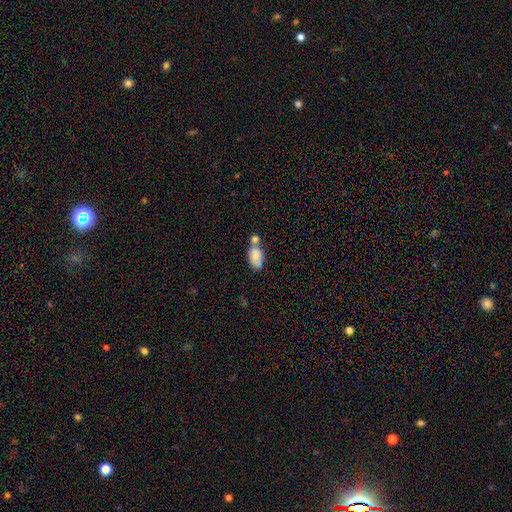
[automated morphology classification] Q: Smooth or featured?
A: smooth (83%); runner-up: featured or disk (10%)
Q: How rounded?
A: in between (91%); runner-up: round (7%)
Q: Merging?
A: merger (46%); runner-up: none (34%)